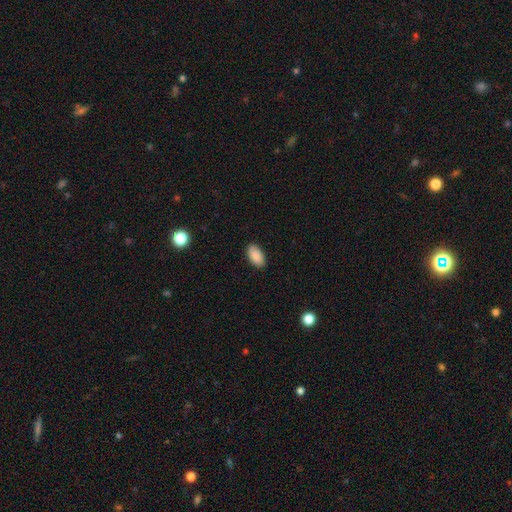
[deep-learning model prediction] Smooth or featured?
  - smooth: 89% *
  - star or artifact: 7%
  - featured or disk: 4%
How rounded?
  - in between: 95% *
  - round: 3%
  - cigar-shaped: 2%
Merging?
  - none: 89% *
  - minor disturbance: 9%
  - major disturbance: 2%
  - merger: 1%